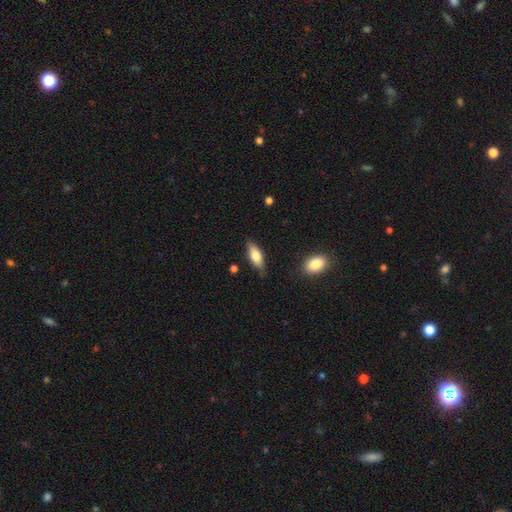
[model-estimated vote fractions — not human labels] The model was most divided on "how rounded": in between: 70%, cigar-shaped: 27%, round: 2%. More confident: merging — none (79%); smooth or featured — smooth (72%).